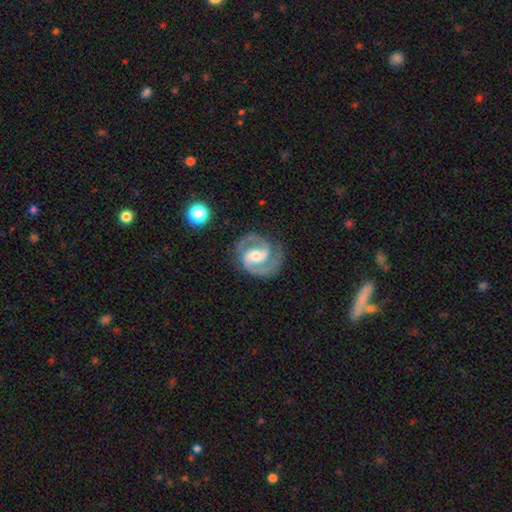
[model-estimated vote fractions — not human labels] This appears to be a featured or disk galaxy (92%) with a weak bar (46%), 2 (93%) medium (60%) spiral arms (98%) and a moderate central bulge (61%). Merging: none (81%).